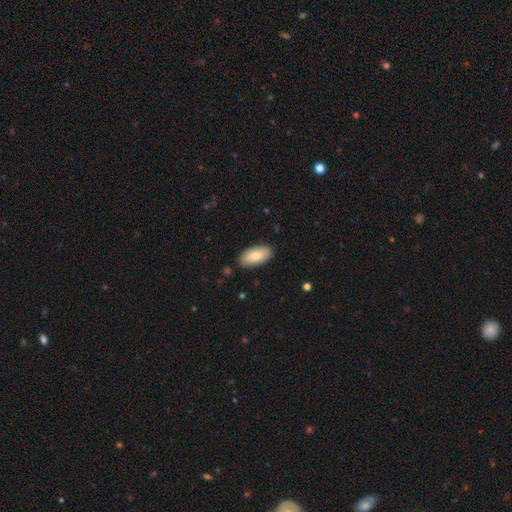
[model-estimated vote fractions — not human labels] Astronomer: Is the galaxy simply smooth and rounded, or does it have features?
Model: smooth — 79%.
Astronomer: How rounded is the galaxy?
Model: in between — 93%.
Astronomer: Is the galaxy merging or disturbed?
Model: none — 87%.